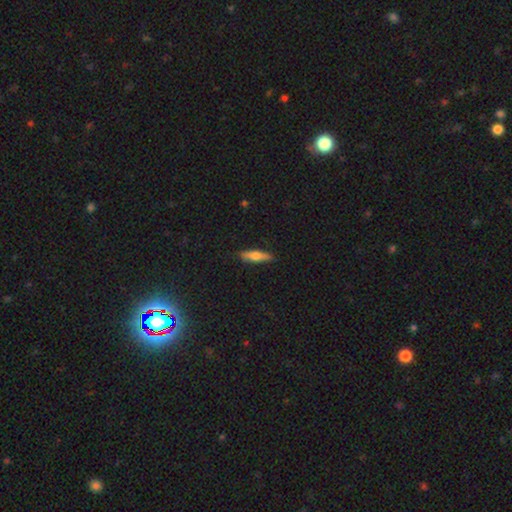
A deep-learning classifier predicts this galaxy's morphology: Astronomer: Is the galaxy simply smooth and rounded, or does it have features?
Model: smooth — 56% (runner-up: featured or disk, 38%).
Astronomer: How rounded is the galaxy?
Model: cigar-shaped — 72%.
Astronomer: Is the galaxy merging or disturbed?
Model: none — 88%.